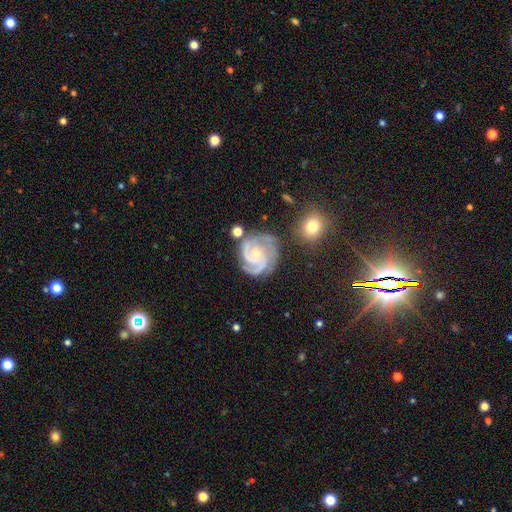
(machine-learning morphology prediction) The model was most divided on "spiral winding": tight: 65%, medium: 31%, loose: 4%. More confident: spiral arms — yes (99%); edge-on disk — no (98%); smooth or featured — featured or disk (91%); bar — no (72%); bulge size — small (69%); merging — none (68%); spiral arm count — 3 (60%).